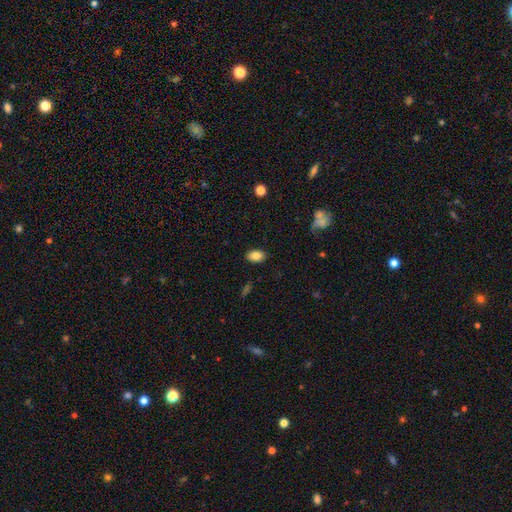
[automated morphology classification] smooth 85%, star or artifact 8%, featured or disk 7%. Down the decision tree: how rounded — in between (88%); merging — none (87%).